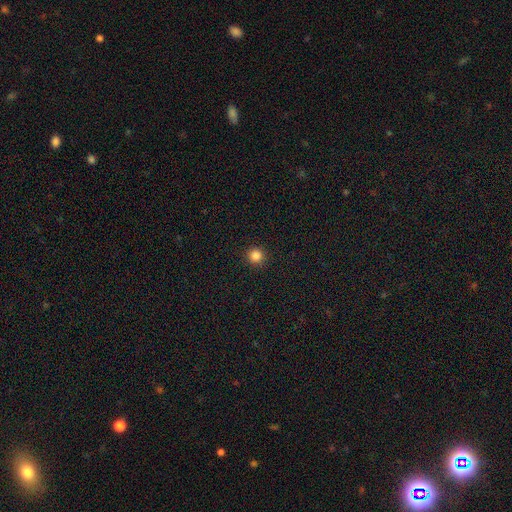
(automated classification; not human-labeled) smooth 84%, star or artifact 12%, featured or disk 3%. Down the decision tree: how rounded — round (95%); merging — none (92%).